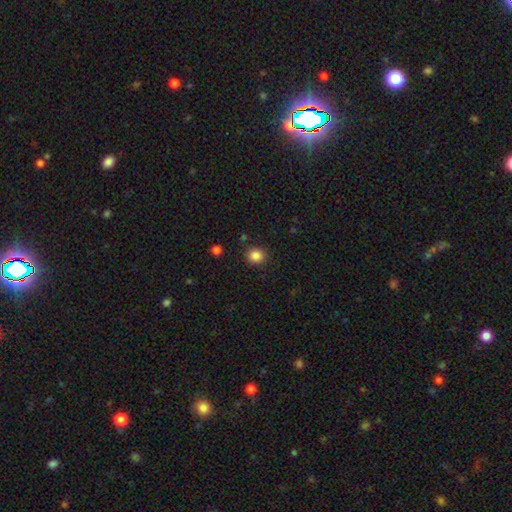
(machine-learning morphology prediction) Smooth or featured? smooth (86%)
How rounded? round (86%)
Merging? none (88%)